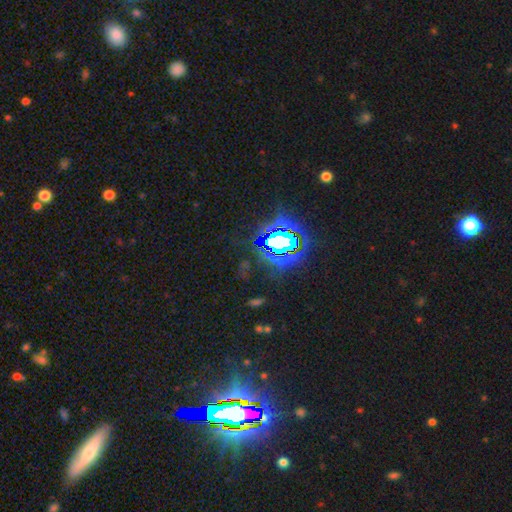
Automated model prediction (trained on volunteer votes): A star or artifact, not a galaxy (84%).